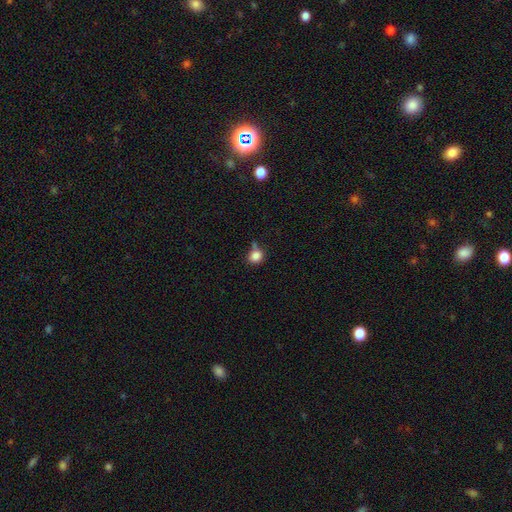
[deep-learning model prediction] This appears to be a smooth galaxy with no disk features (85%) that is round (76%). Merging: none (62%).